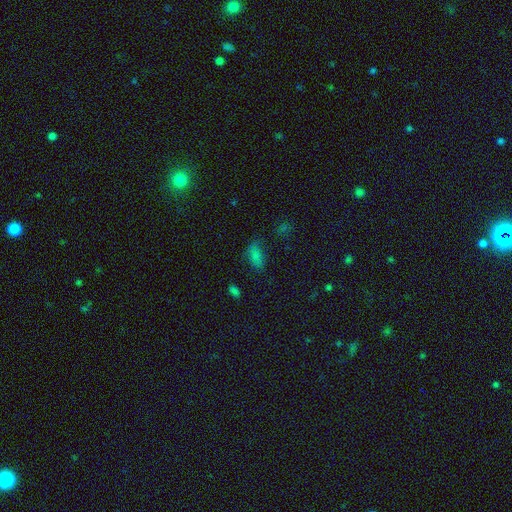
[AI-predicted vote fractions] This is likely a smooth galaxy (75%). How rounded: clearly in between (90%). Merging: likely none (61%).